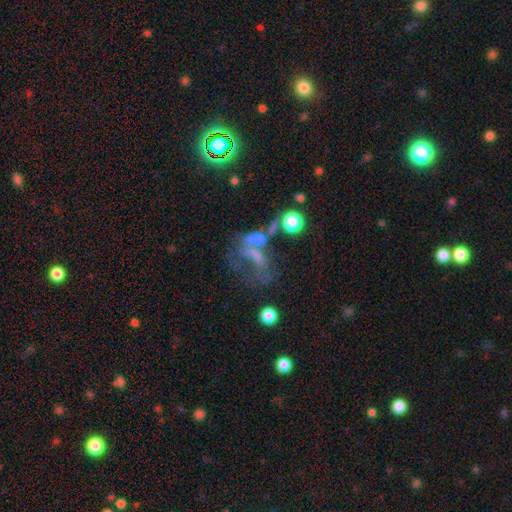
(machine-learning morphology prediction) Smooth or featured: featured or disk — 49% (smooth — 27%)
Merging: major disturbance — 33% (tied with merger — 33%)